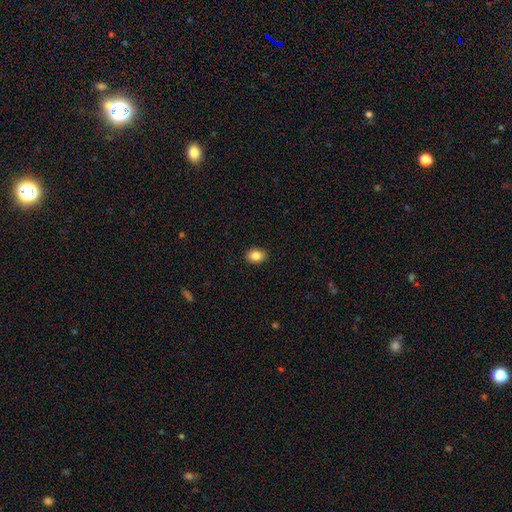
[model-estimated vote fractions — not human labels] Smooth or featured?
  - smooth: 86% *
  - star or artifact: 9%
  - featured or disk: 5%
How rounded?
  - in between: 69% *
  - round: 30%
  - cigar-shaped: 1%
Merging?
  - none: 91% *
  - minor disturbance: 7%
  - major disturbance: 2%
  - merger: 1%